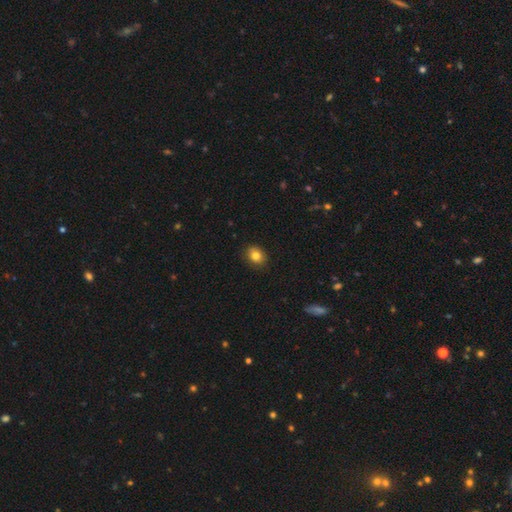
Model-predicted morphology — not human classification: smooth 82%, star or artifact 10%, featured or disk 8%. Down the decision tree: how rounded — round (52%); merging — none (88%).